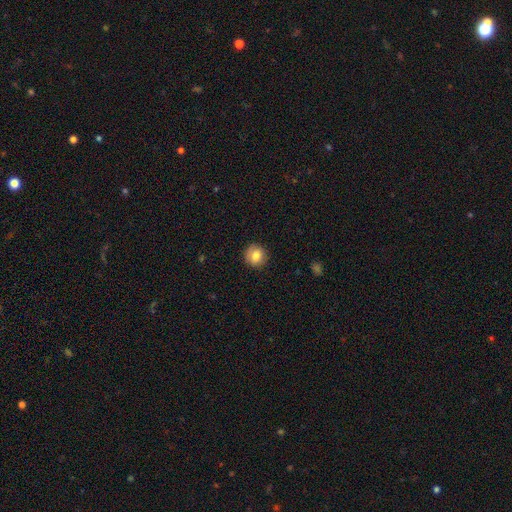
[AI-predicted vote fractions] smooth 81%, featured or disk 10%, star or artifact 9%. Down the decision tree: how rounded — round (90%); merging — none (89%).